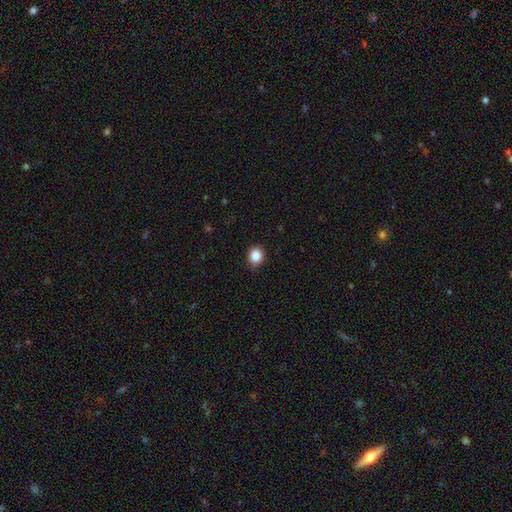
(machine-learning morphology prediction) smooth-or-featured: smooth: 87% | star or artifact: 10% | featured or disk: 3%
  how-rounded: round: 74% | in between: 25% | cigar-shaped: 1%
  merging: none: 82% | minor disturbance: 14% | major disturbance: 3% | merger: 1%